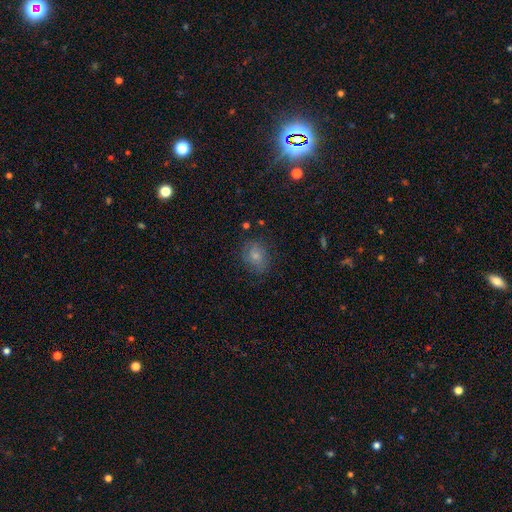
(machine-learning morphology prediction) Q: Smooth or featured?
A: smooth (66%); runner-up: featured or disk (23%)
Q: How rounded?
A: in between (50%); runner-up: round (49%)
Q: Merging?
A: none (70%); runner-up: minor disturbance (20%)